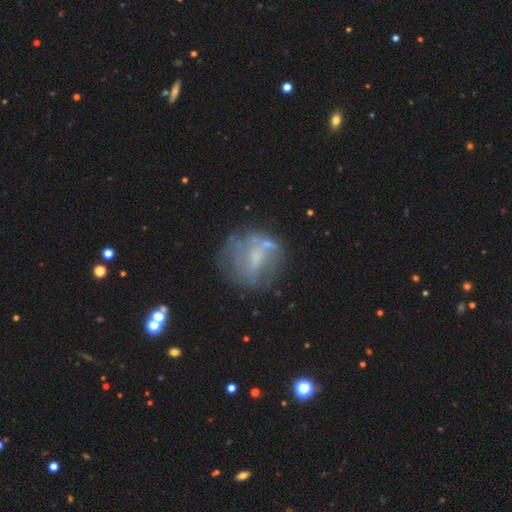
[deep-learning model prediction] Smooth or featured? Predicted: featured or disk (p=0.54). Edge-on disk? Predicted: no (p=0.96). Bar? Predicted: no (p=0.55). Spiral arms? Predicted: no (p=0.74). Bulge size? Predicted: none (p=0.37). Merging? Predicted: none (p=0.55).